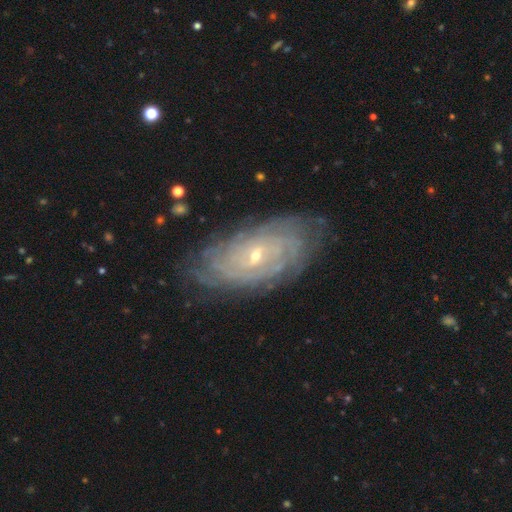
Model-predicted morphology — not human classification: Smooth or featured: featured or disk — 86% (smooth — 8%)
Edge-on disk: no — 95% (yes — 5%)
Bar: no — 46% (weak — 43%)
Spiral arms: yes — 95% (no — 5%)
Spiral winding: tight — 83% (medium — 14%)
Spiral arm count: can't tell — 45% (4 — 16%)
Bulge size: small — 72% (moderate — 25%)
Merging: none — 78% (minor disturbance — 16%)